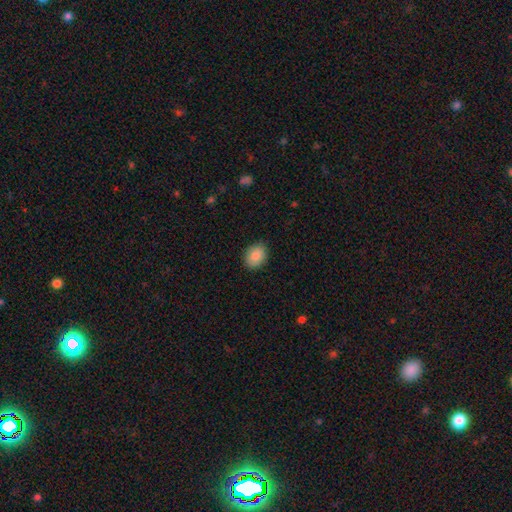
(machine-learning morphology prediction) Overall: smooth (87%). How rounded: in between (63%; round 36%). Merging: none (88%).